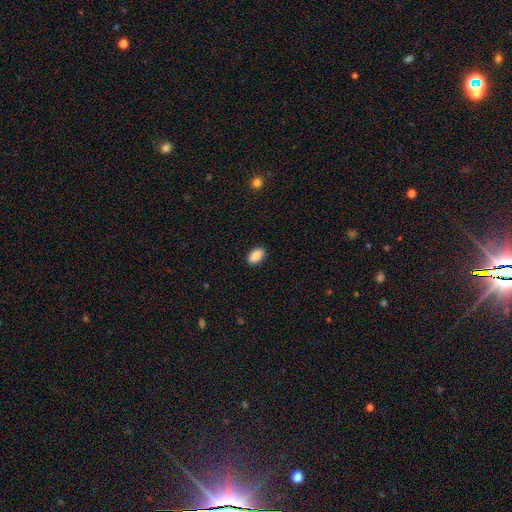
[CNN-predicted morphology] Smooth or featured: smooth — 90% (star or artifact — 7%)
How rounded: in between — 94% (round — 4%)
Merging: none — 90% (minor disturbance — 7%)